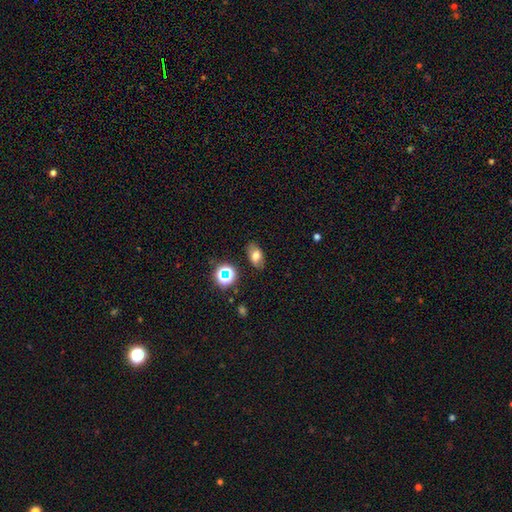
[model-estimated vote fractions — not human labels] Smooth or featured? smooth (69%)
How rounded? in between (86%)
Merging? none (82%)